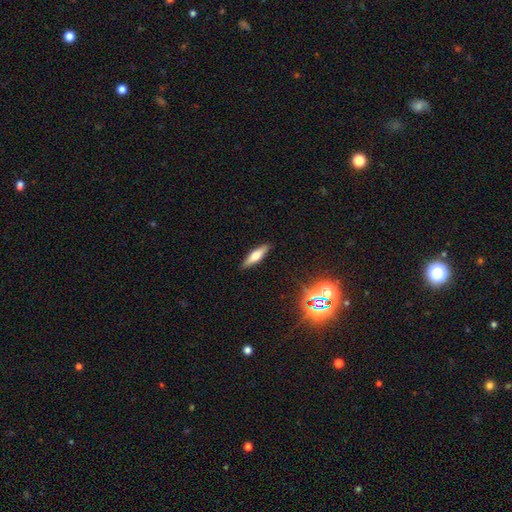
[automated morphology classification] smooth-or-featured: smooth: 52% | featured or disk: 38% | star or artifact: 10%
  how-rounded: cigar-shaped: 67% | in between: 31% | round: 2%
  merging: none: 90% | minor disturbance: 8% | major disturbance: 2% | merger: 1%